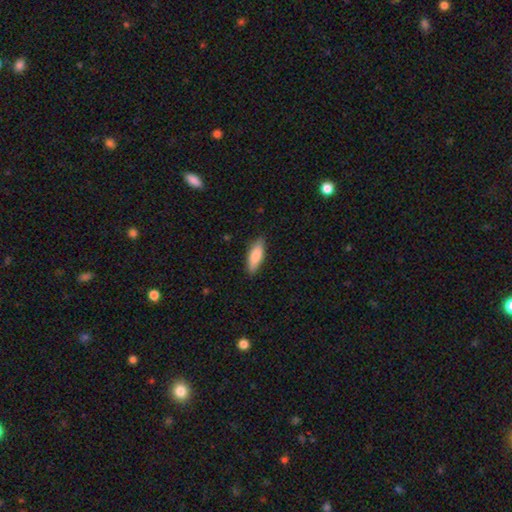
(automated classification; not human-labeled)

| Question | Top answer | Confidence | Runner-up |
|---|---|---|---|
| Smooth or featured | smooth | 83% | featured or disk (11%) |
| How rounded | in between | 59% | cigar-shaped (39%) |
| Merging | none | 85% | minor disturbance (12%) |